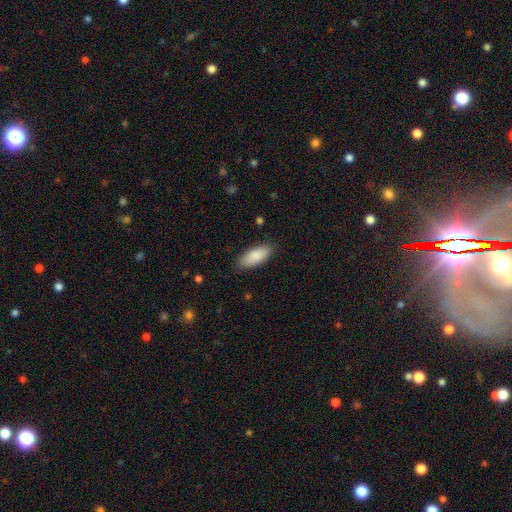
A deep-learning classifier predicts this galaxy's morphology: smooth 87%, featured or disk 7%, star or artifact 6%. Down the decision tree: how rounded — in between (82%); merging — none (85%).